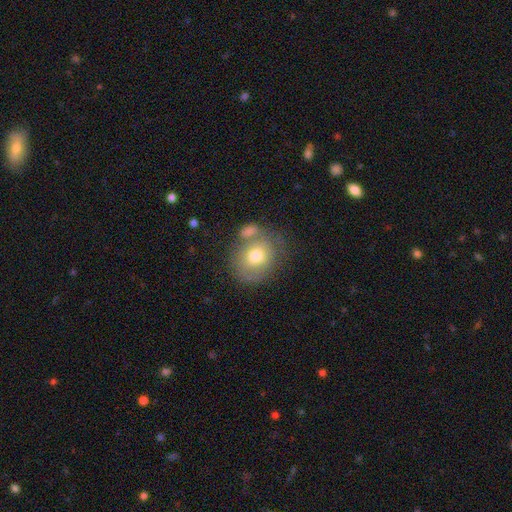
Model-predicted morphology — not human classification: A smooth galaxy with no disk features (67%) that is round (64%).

Vote fractions:
- Smooth or featured? smooth: 67% / featured or disk: 25% / star or artifact: 8%
- How rounded? round: 64% / in between: 35% / cigar-shaped: 1%
- Merging? none: 49% / merger: 25% / minor disturbance: 18% / major disturbance: 8%